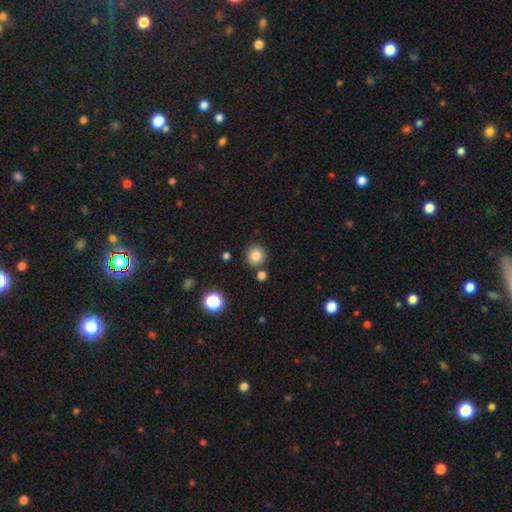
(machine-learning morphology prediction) smooth_or_featured: smooth (p=0.83) [alt: star or artifact p=0.11]
how_rounded: round (p=0.93) [alt: in between p=0.06]
merging: none (p=0.84) [alt: minor disturbance p=0.07]